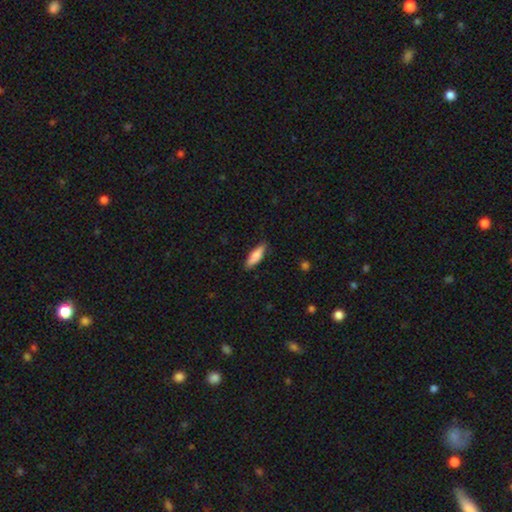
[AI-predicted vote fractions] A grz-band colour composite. It shows a smooth galaxy with no disk features (81%) that is cigar-shaped (58%). Merging: none (86%).